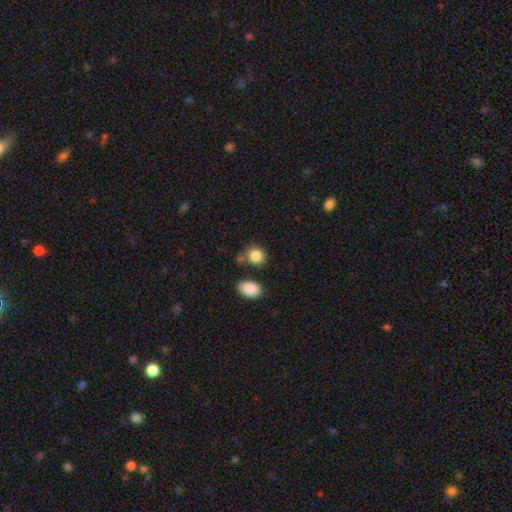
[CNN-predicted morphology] smooth-or-featured: smooth: 86% | star or artifact: 9% | featured or disk: 5%
  how-rounded: round: 68% | in between: 31% | cigar-shaped: 1%
  merging: none: 64% | minor disturbance: 16% | merger: 15% | major disturbance: 5%